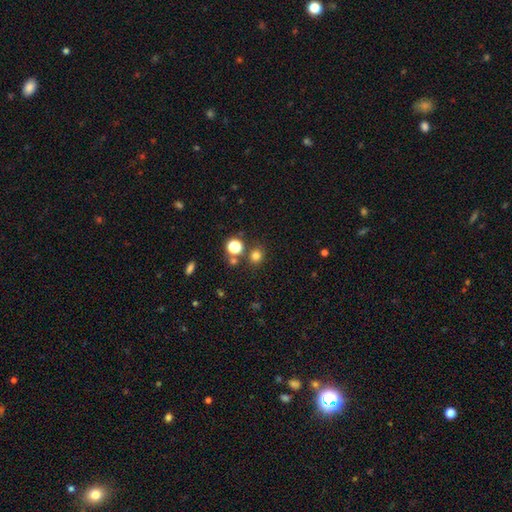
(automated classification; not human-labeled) A smooth galaxy with no disk features (76%) that is round (85%). Merging: none (79%).